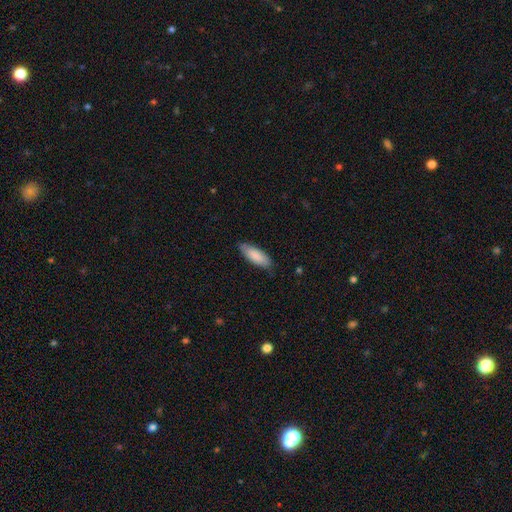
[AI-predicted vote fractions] Smooth or featured? smooth (85%)
How rounded? in between (71%)
Merging? none (79%)